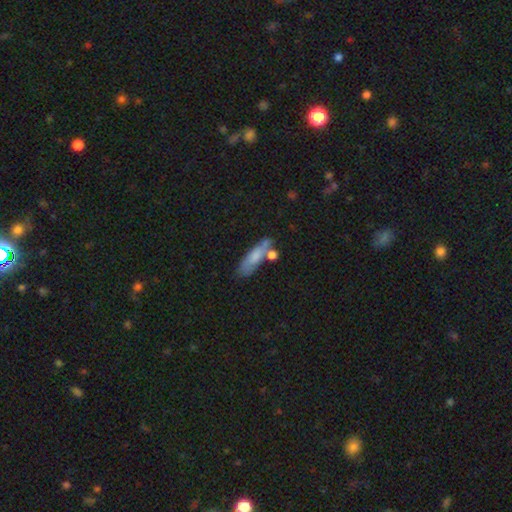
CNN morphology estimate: Smooth or featured? smooth (73%)
How rounded? cigar-shaped (54%)
Merging? none (54%)